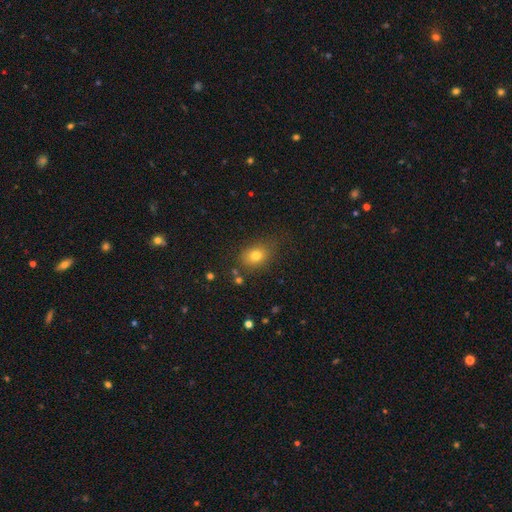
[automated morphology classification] Smooth or featured: smooth — 77% (star or artifact — 13%)
How rounded: in between — 62% (round — 37%)
Merging: none — 72% (minor disturbance — 19%)